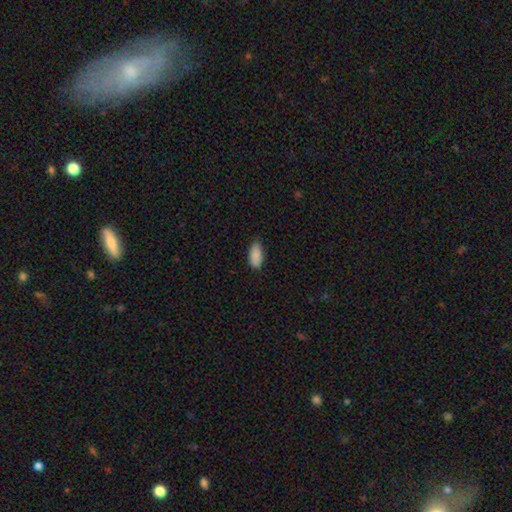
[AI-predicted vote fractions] Smooth or featured: smooth — 90% (star or artifact — 7%)
How rounded: in between — 90% (cigar-shaped — 8%)
Merging: none — 79% (minor disturbance — 17%)